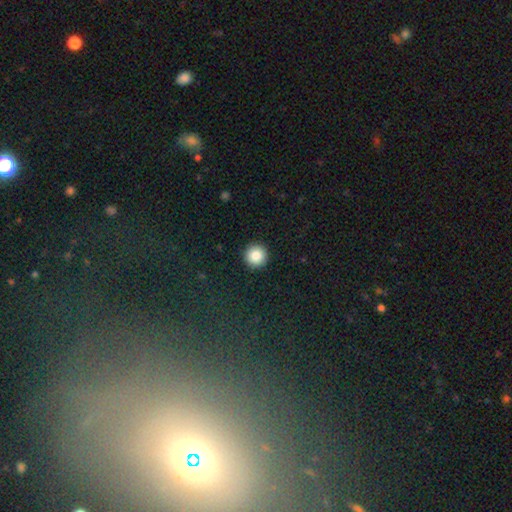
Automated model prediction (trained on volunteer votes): Smooth or featured? Predicted: smooth (p=0.86). How rounded? Predicted: round (p=0.96). Merging? Predicted: none (p=0.93).